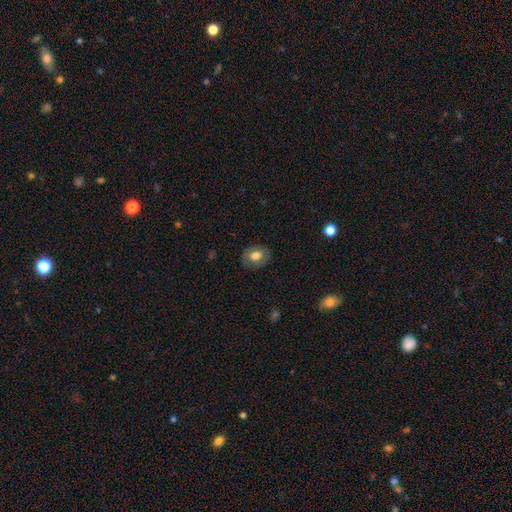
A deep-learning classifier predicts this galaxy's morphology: This appears to be a smooth galaxy with no disk features (69%) that is in between round and cigar-shaped (60%). Merging: none (84%).